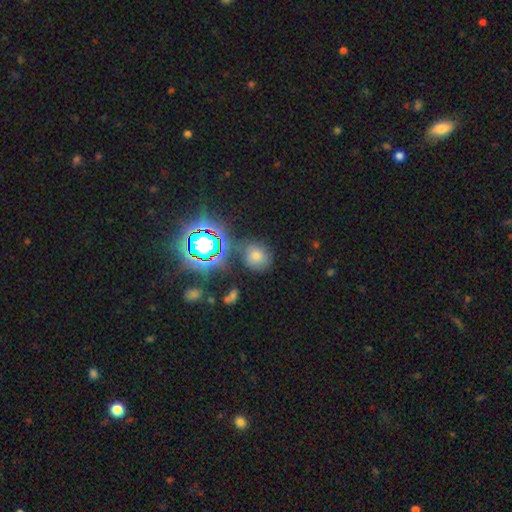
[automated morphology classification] This appears to be a smooth galaxy with no disk features (56%) that is round (77%). Merging: none (75%).